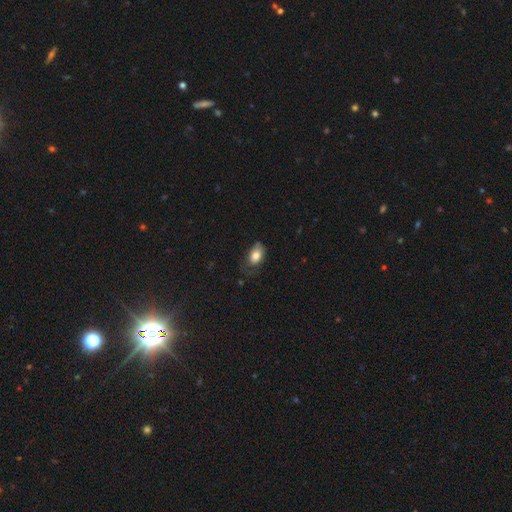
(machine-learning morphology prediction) smooth 79%, featured or disk 14%, star or artifact 7%. Down the decision tree: how rounded — in between (87%); merging — none (49%).